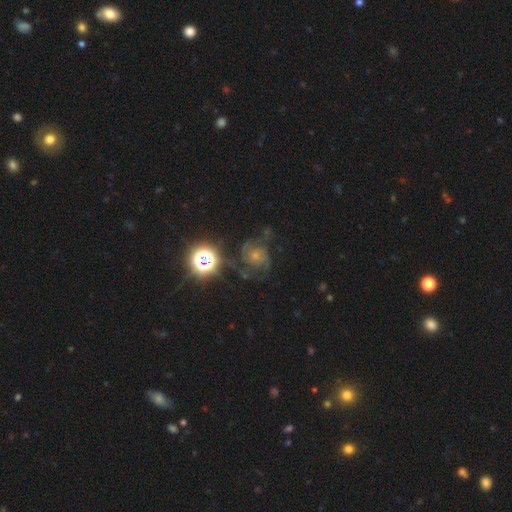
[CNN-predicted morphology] Smooth or featured?
  - featured or disk: 59% *
  - smooth: 22%
  - star or artifact: 19%
Edge-on disk?
  - no: 97% *
  - yes: 3%
Bar?
  - no: 78% *
  - weak: 17%
  - strong: 4%
Spiral arms?
  - yes: 86% *
  - no: 14%
Bulge size?
  - small: 60% *
  - moderate: 27%
  - none: 7%
  - large: 4%
  - dominant: 2%
Merging?
  - none: 51% *
  - major disturbance: 24%
  - minor disturbance: 20%
  - merger: 4%